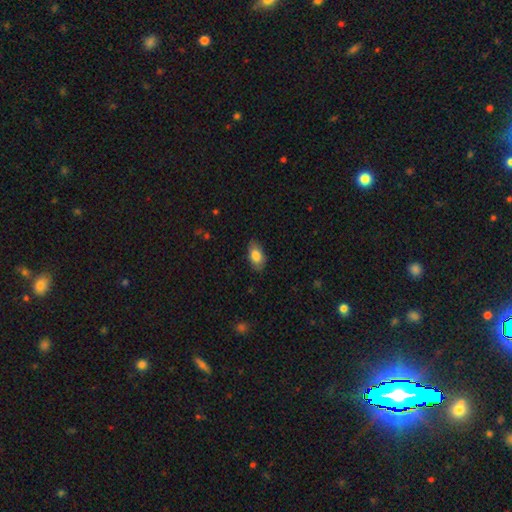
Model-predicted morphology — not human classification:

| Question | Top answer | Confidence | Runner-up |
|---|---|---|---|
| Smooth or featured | smooth | 82% | featured or disk (11%) |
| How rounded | in between | 91% | round (6%) |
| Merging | none | 83% | minor disturbance (14%) |